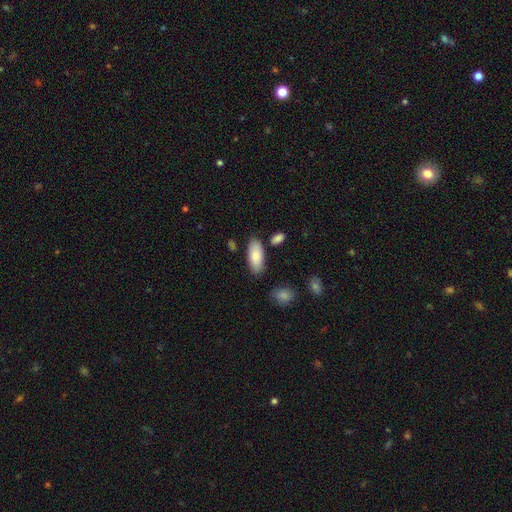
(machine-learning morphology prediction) smooth-or-featured: smooth: 82% | featured or disk: 11% | star or artifact: 6%
  how-rounded: in between: 87% | cigar-shaped: 11% | round: 2%
  merging: none: 79% | minor disturbance: 13% | merger: 5% | major disturbance: 3%